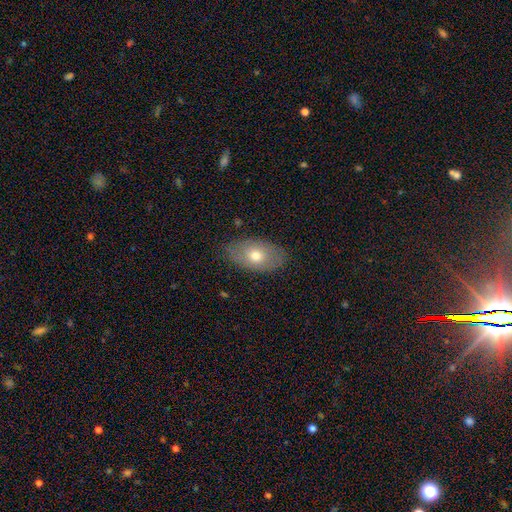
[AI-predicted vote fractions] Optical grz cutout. It shows a smooth galaxy with no disk features (65%) that is in between round and cigar-shaped (91%). Merging: none (81%).